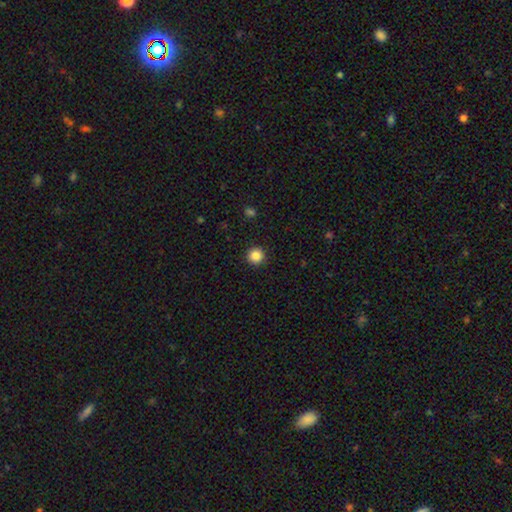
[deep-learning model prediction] Q: Smooth or featured?
A: smooth (86%); runner-up: star or artifact (10%)
Q: How rounded?
A: round (96%); runner-up: in between (3%)
Q: Merging?
A: none (93%); runner-up: minor disturbance (5%)